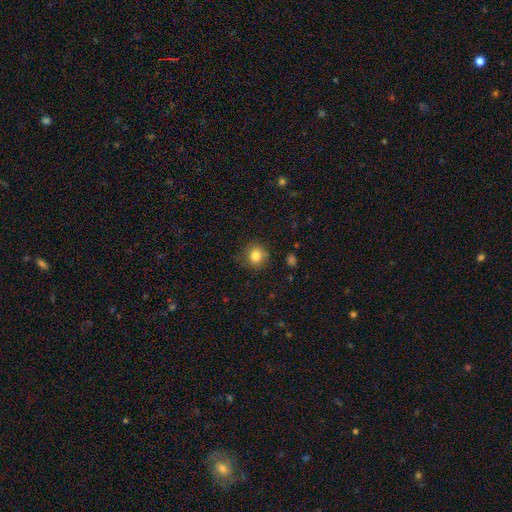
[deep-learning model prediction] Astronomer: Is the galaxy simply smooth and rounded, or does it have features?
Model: smooth — 83%.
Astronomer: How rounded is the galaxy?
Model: round — 89%.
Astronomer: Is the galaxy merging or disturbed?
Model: none — 84%.